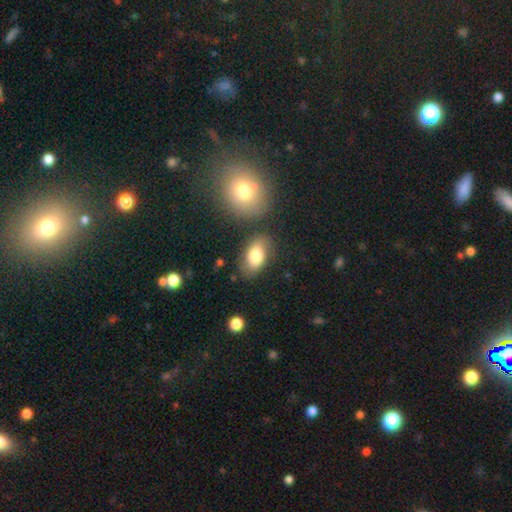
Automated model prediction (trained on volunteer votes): Smooth or featured? smooth (78%)
How rounded? in between (90%)
Merging? none (74%)